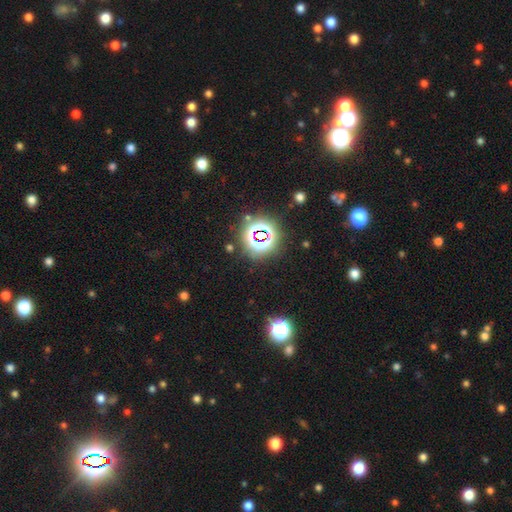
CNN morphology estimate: A star or artifact, not a galaxy (82%).